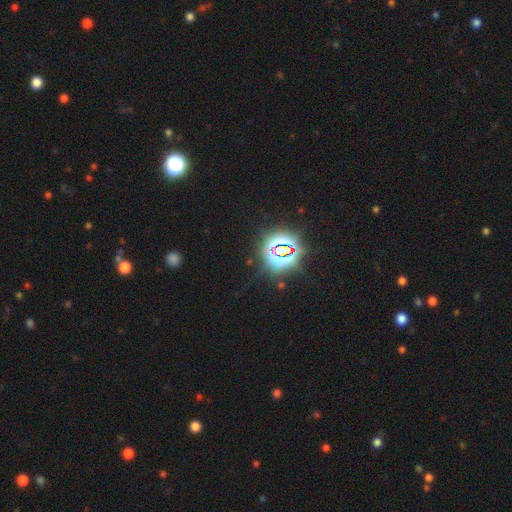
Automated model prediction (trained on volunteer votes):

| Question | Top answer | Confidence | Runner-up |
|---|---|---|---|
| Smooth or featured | star or artifact | 82% | smooth (12%) |